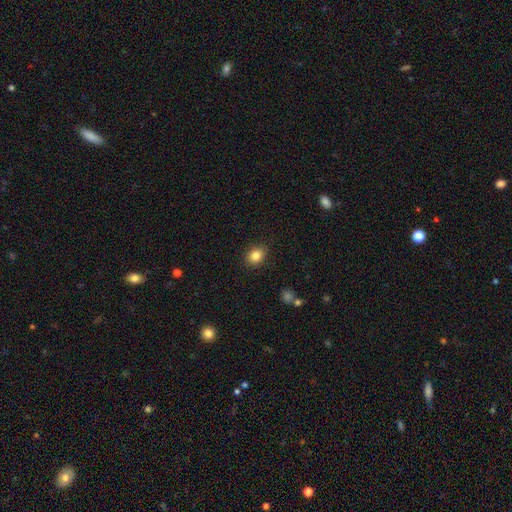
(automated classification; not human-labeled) Smooth or featured? smooth (84%)
How rounded? round (53%)
Merging? none (88%)